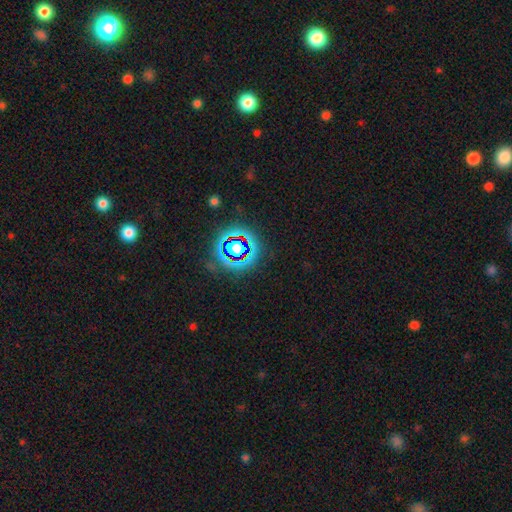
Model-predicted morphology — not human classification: A star or artifact, not a galaxy (72%).

Vote fractions:
- Smooth or featured? star or artifact: 72% / smooth: 18% / featured or disk: 10%